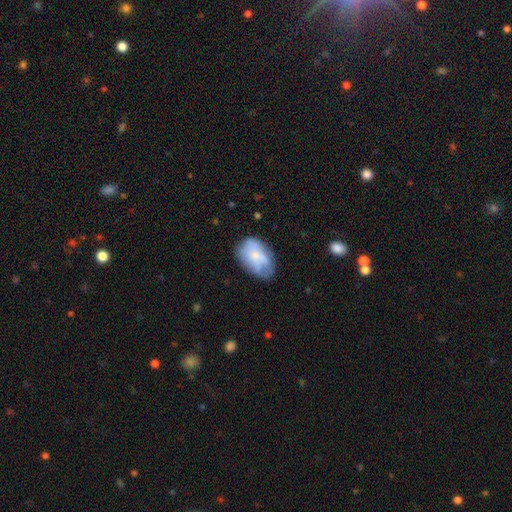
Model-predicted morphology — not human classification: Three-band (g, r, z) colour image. It shows a smooth galaxy with no disk features (61%) that is in between round and cigar-shaped (85%). Merging: none (56%).